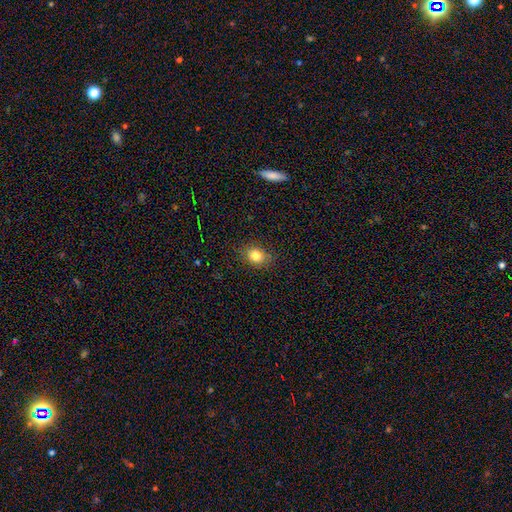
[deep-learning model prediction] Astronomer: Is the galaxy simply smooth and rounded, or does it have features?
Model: smooth — 81%.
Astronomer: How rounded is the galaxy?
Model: round — 53% (runner-up: in between, 46%).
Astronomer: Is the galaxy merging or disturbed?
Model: none — 86%.